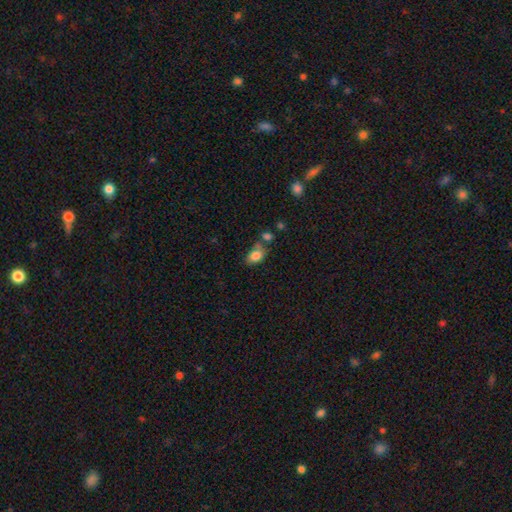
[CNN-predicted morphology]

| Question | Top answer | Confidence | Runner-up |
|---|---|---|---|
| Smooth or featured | smooth | 82% | featured or disk (9%) |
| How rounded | in between | 86% | round (13%) |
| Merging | none | 50% | merger (23%) |